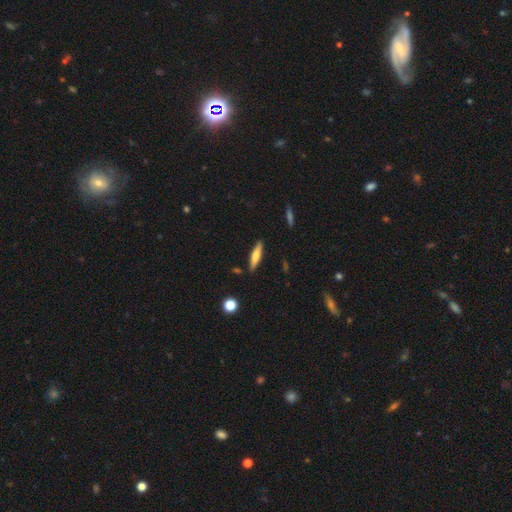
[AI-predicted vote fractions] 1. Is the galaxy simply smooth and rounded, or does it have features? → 55% smooth, 39% featured or disk, 7% star or artifact.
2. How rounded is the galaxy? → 77% cigar-shaped, 20% in between, 2% round.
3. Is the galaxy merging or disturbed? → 87% none, 9% minor disturbance, 2% merger, 2% major disturbance.